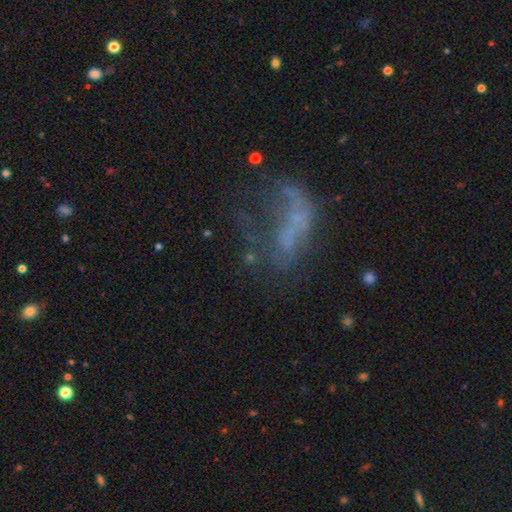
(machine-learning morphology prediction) Smooth or featured?
  - featured or disk: 52% *
  - smooth: 26%
  - star or artifact: 22%
Edge-on disk?
  - no: 96% *
  - yes: 4%
Bar?
  - no: 88% *
  - weak: 9%
  - strong: 3%
Spiral arms?
  - no: 88% *
  - yes: 12%
Bulge size?
  - none: 74% *
  - small: 17%
  - moderate: 5%
  - large: 2%
  - dominant: 1%
Merging?
  - major disturbance: 41% *
  - none: 30%
  - minor disturbance: 14%
  - merger: 14%